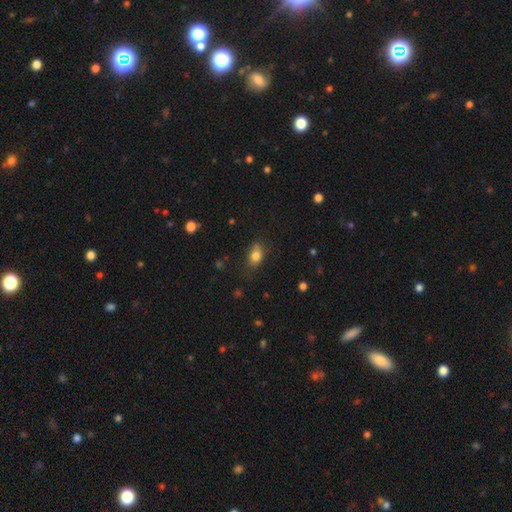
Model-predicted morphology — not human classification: This appears to be a smooth galaxy with no disk features (81%) that is in between round and cigar-shaped (77%). Merging: none (71%).